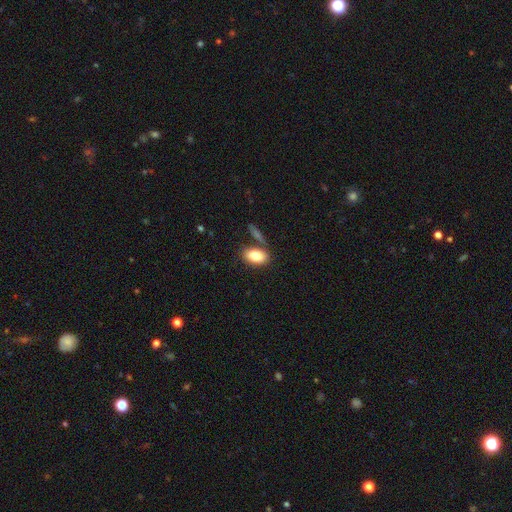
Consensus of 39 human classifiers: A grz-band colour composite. It shows a smooth galaxy with no disk features (85%) that is in between round and cigar-shaped (94%). Merging: none (78%).